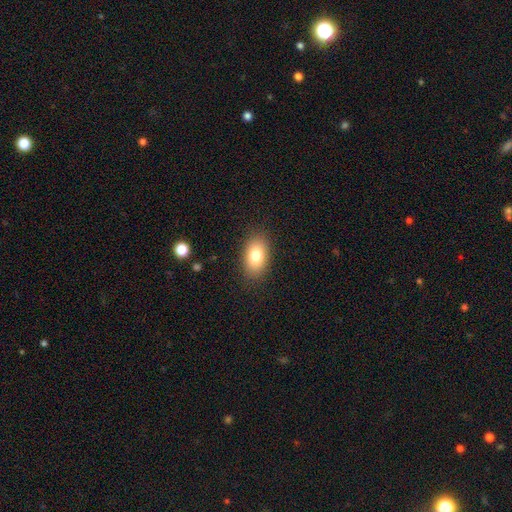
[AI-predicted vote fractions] Q: Smooth or featured?
A: smooth (80%); runner-up: featured or disk (11%)
Q: How rounded?
A: in between (88%); runner-up: round (10%)
Q: Merging?
A: none (87%); runner-up: minor disturbance (10%)